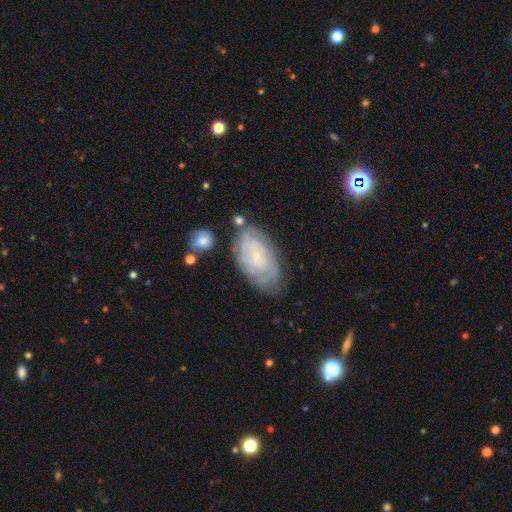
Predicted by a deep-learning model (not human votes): The model was most divided on "spiral arm count": can't tell: 57%, 2: 15%, 3: 10%, 4: 9%, more than 4: 5%, 1: 4%. More confident: edge-on disk — no (94%); spiral arms — yes (86%); bulge size — small (82%); bar — no (76%); spiral winding — tight (73%); smooth or featured — featured or disk (68%); merging — none (67%).